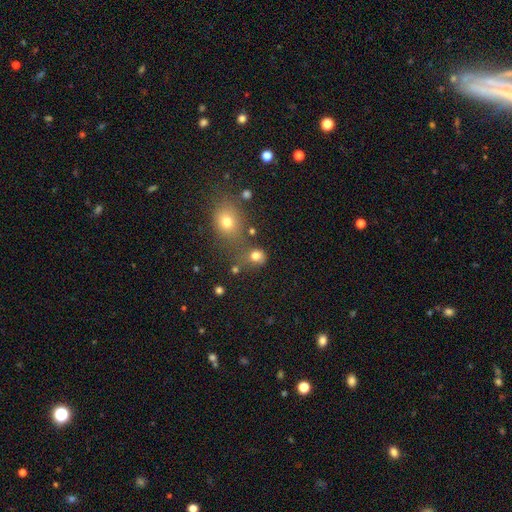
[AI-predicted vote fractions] Smooth or featured?
  - smooth: 77% *
  - star or artifact: 16%
  - featured or disk: 8%
How rounded?
  - round: 73% *
  - in between: 26%
  - cigar-shaped: 1%
Merging?
  - none: 53% *
  - merger: 23%
  - minor disturbance: 15%
  - major disturbance: 9%